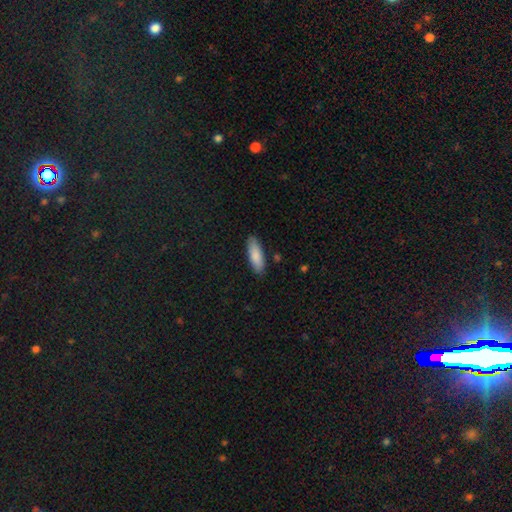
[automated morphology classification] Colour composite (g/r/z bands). It shows a smooth galaxy with no disk features (86%) that is in between round and cigar-shaped (60%). Merging: none (86%).